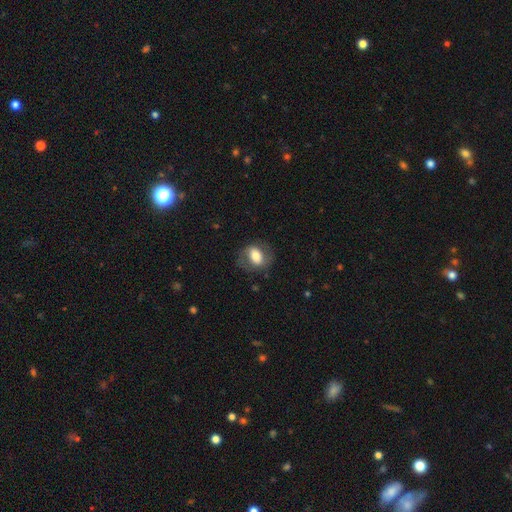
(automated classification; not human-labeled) The model was most divided on "smooth or featured": smooth: 59%, featured or disk: 34%, star or artifact: 7%. More confident: merging — none (72%); how rounded — in between (70%).